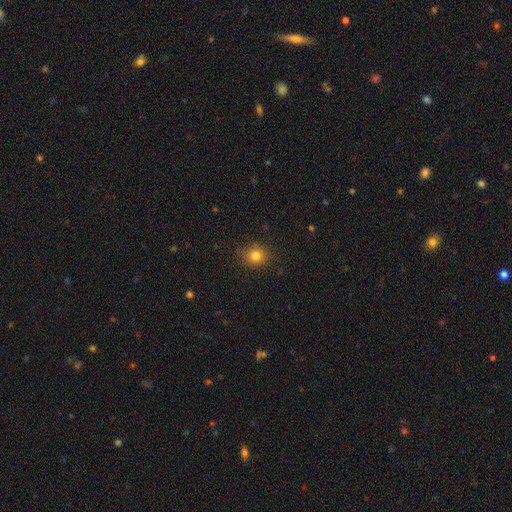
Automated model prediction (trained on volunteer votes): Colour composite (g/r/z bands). It shows a smooth galaxy with no disk features (79%) that is round (74%). Merging: none (85%).